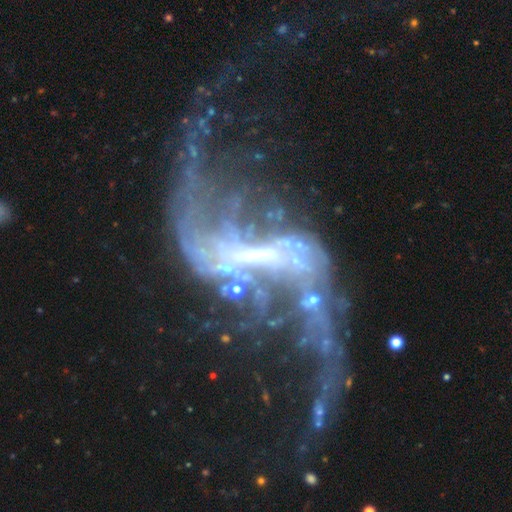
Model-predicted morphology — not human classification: featured or disk 87%, star or artifact 9%, smooth 4%. Down the decision tree: edge-on disk — no (96%); bar — strong (44%); spiral arms — yes (91%); spiral arm count — 2 (84%); spiral winding — loose (89%); bulge size — small (49%); merging — major disturbance (40%).